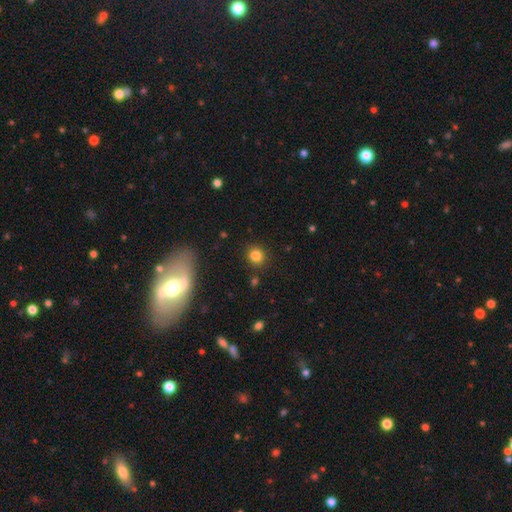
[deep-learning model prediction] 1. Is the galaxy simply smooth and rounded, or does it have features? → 82% smooth, 13% star or artifact, 5% featured or disk.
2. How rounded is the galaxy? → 83% round, 15% in between, 1% cigar-shaped.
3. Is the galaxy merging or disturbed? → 86% none, 8% minor disturbance, 3% merger, 3% major disturbance.